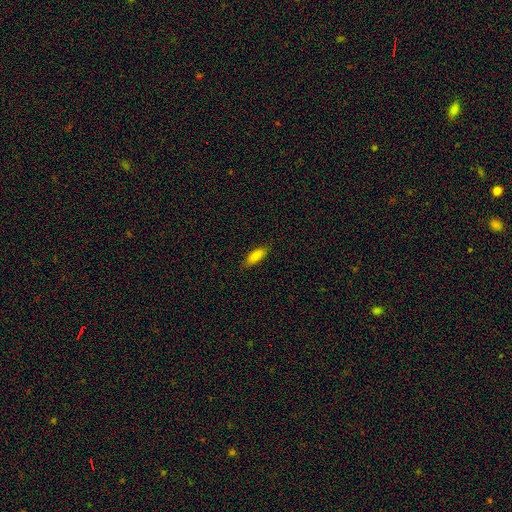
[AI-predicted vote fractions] Smooth or featured: smooth — 81% (featured or disk — 12%)
How rounded: in between — 65% (cigar-shaped — 33%)
Merging: none — 85% (minor disturbance — 11%)